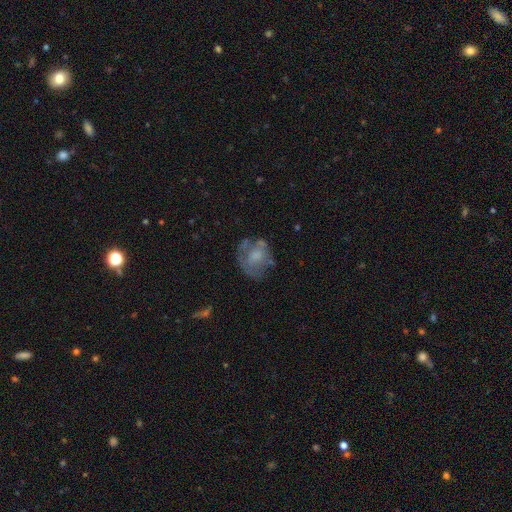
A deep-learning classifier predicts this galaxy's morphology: Q: Smooth or featured?
A: smooth (48%); runner-up: featured or disk (42%)
Q: Merging?
A: none (52%); runner-up: minor disturbance (24%)